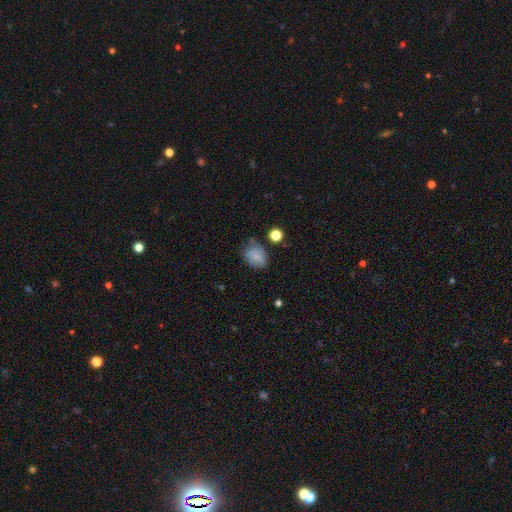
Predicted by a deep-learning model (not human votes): Smooth or featured? smooth (72%)
How rounded? in between (62%)
Merging? none (55%)